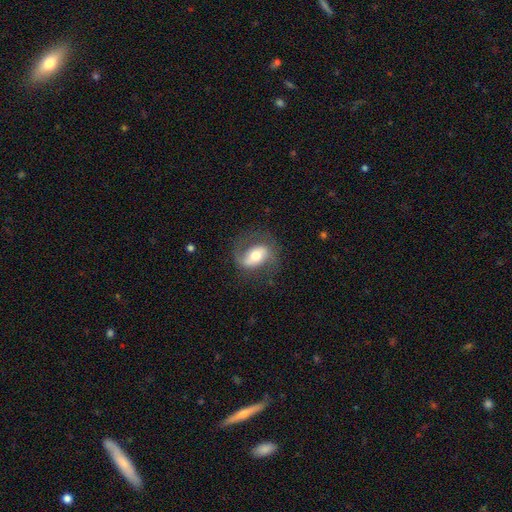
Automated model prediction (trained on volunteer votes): featured or disk 64%, smooth 29%, star or artifact 7%. Down the decision tree: edge-on disk — no (94%); bar — weak (34%, tied with no); spiral arms — yes (83%); bulge size — moderate (65%); merging — none (64%).